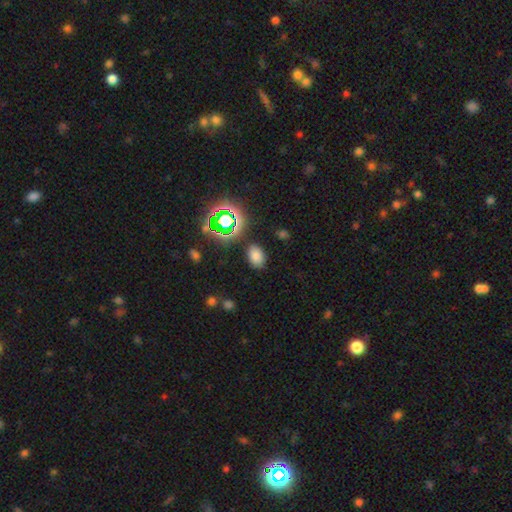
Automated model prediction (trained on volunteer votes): The model was most divided on "smooth or featured": smooth: 73%, star or artifact: 20%, featured or disk: 7%. More confident: merging — none (84%); how rounded — in between (84%).